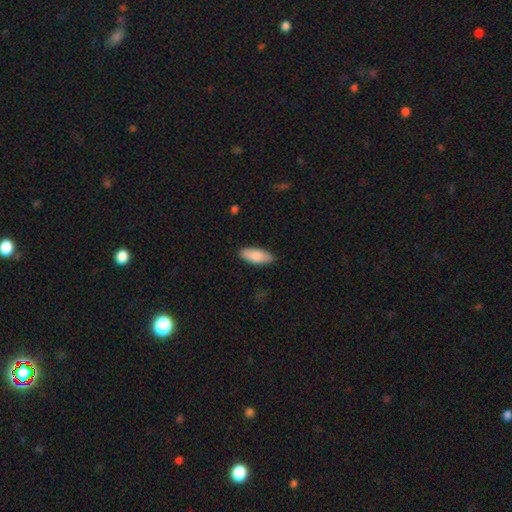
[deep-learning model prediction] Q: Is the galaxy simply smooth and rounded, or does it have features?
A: smooth — 86%.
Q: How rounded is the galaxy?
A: in between — 77%.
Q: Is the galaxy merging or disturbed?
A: none — 88%.